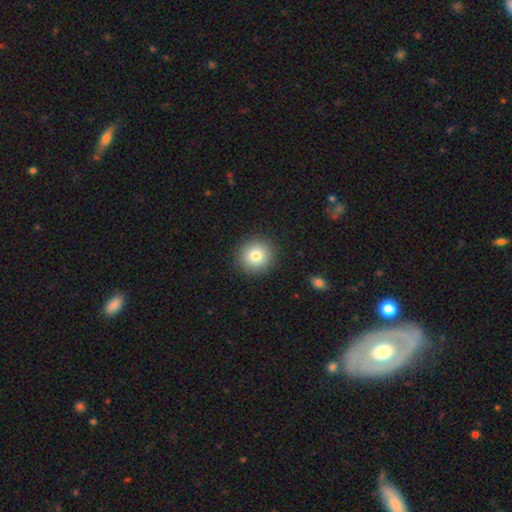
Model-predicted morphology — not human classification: A smooth galaxy with no disk features (81%) that is round (92%).

Vote fractions:
- Smooth or featured? smooth: 81% / star or artifact: 10% / featured or disk: 9%
- How rounded? round: 92% / in between: 7% / cigar-shaped: 1%
- Merging? none: 91% / minor disturbance: 6% / major disturbance: 2% / merger: 1%